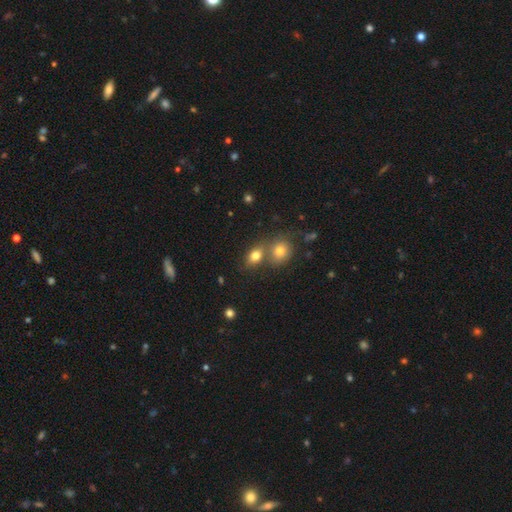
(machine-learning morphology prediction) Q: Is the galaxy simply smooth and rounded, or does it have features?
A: smooth — 79%.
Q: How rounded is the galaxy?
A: in between — 66%.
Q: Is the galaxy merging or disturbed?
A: none — 45%.